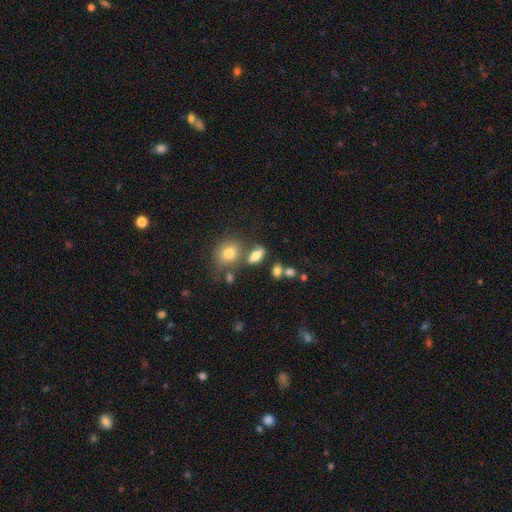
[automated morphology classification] smooth_or_featured: smooth (p=0.75) [alt: featured or disk p=0.14]
how_rounded: in between (p=0.70) [alt: cigar-shaped p=0.18]
merging: none (p=0.65) [alt: merger p=0.16]